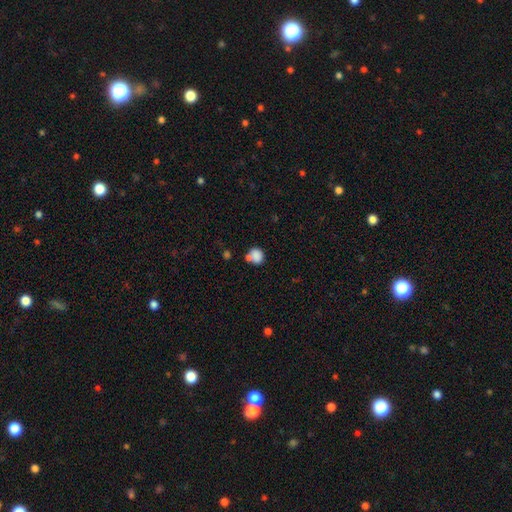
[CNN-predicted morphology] This appears to be a smooth galaxy with no disk features (82%) that is round (67%). Merging: none (48%).